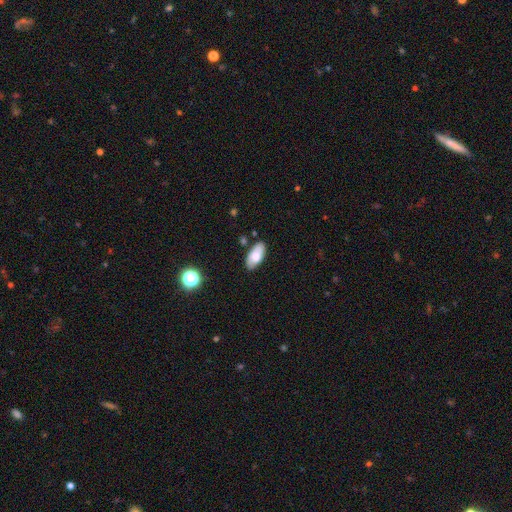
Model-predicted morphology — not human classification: Smooth or featured?
  - smooth: 75% *
  - featured or disk: 17%
  - star or artifact: 7%
How rounded?
  - in between: 92% *
  - cigar-shaped: 6%
  - round: 2%
Merging?
  - none: 81% *
  - minor disturbance: 14%
  - merger: 3%
  - major disturbance: 3%